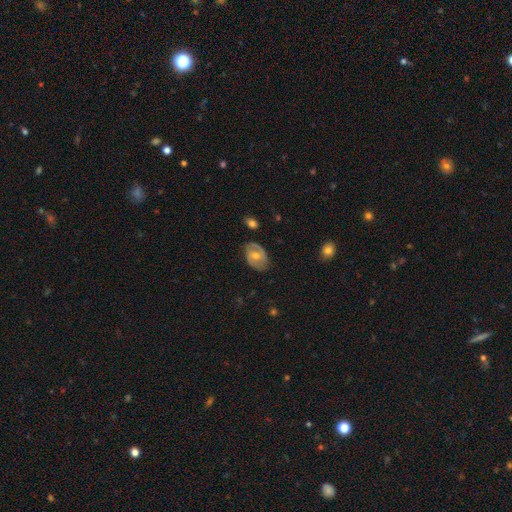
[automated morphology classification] Smooth or featured: featured or disk — 63% (smooth — 31%)
Edge-on disk: no — 96% (yes — 4%)
Bar: weak — 45% (no — 42%)
Spiral arms: yes — 76% (no — 24%)
Bulge size: moderate — 63% (small — 32%)
Merging: none — 74% (minor disturbance — 19%)